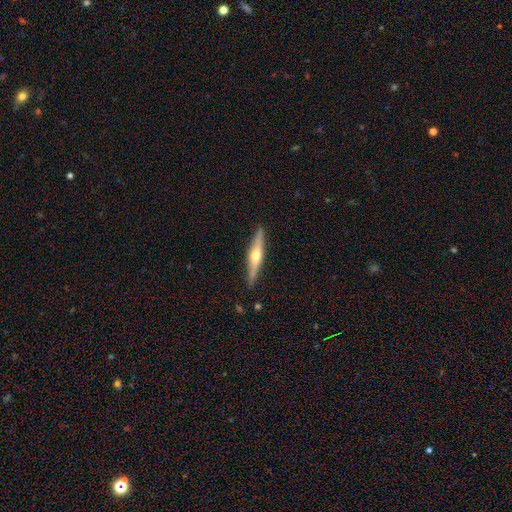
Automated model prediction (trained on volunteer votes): Smooth or featured? featured or disk (69%)
Edge-on disk? yes (97%)
Edge-on bulge? rounded (90%)
Merging? none (89%)